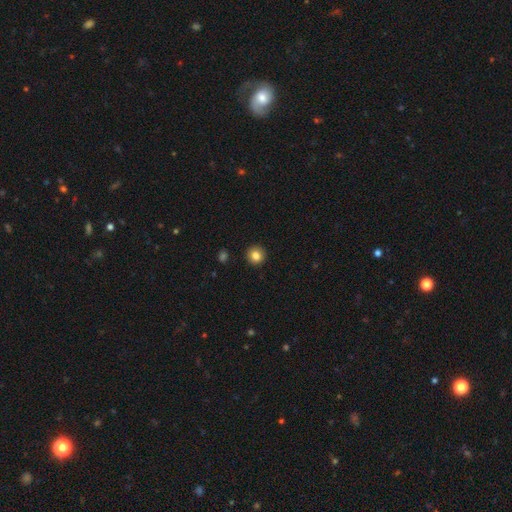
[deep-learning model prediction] This is clearly a smooth galaxy (84%). How rounded: clearly round (94%). Merging: clearly none (93%).